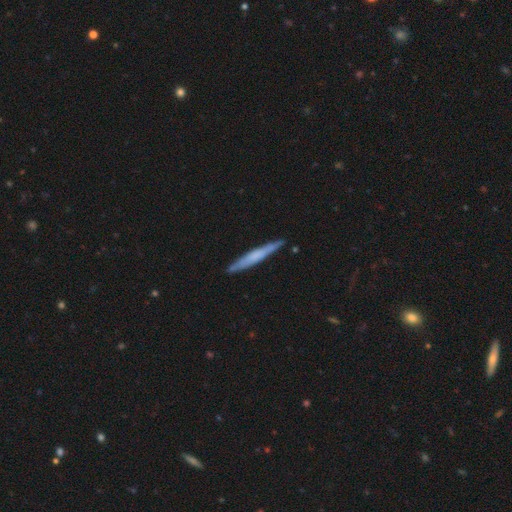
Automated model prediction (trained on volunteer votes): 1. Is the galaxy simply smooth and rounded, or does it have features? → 48% smooth, 46% featured or disk, 6% star or artifact.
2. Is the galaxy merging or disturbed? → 87% none, 10% minor disturbance, 2% major disturbance, 1% merger.